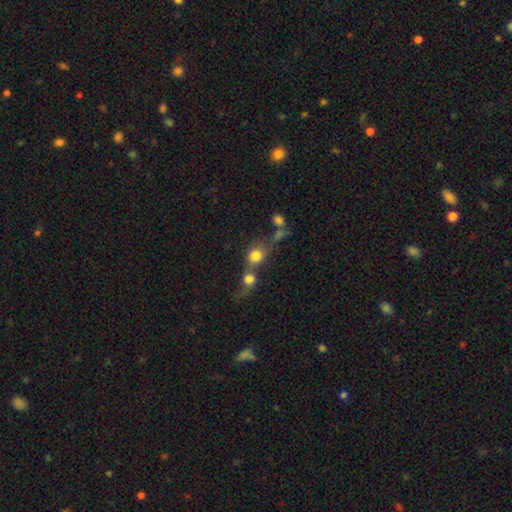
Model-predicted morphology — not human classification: Smooth or featured? smooth (75%)
How rounded? round (77%)
Merging? merger (63%)